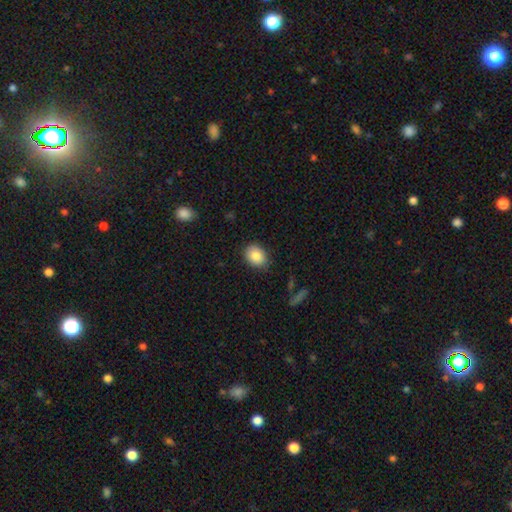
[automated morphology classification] Smooth or featured? Predicted: smooth (p=0.86). How rounded? Predicted: in between (p=0.57). Merging? Predicted: none (p=0.84).